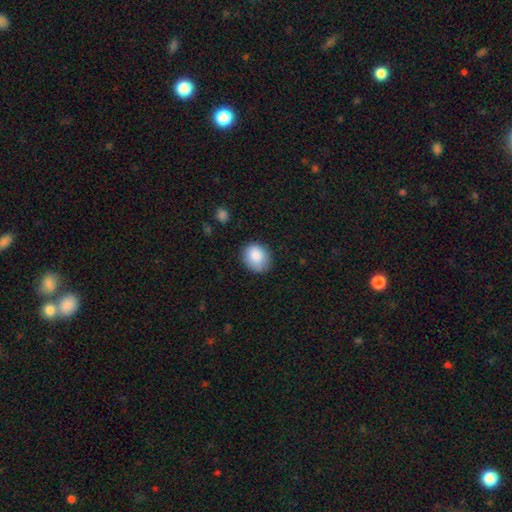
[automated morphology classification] Q: Smooth or featured?
A: smooth (88%); runner-up: star or artifact (7%)
Q: How rounded?
A: round (54%); runner-up: in between (45%)
Q: Merging?
A: none (77%); runner-up: minor disturbance (18%)